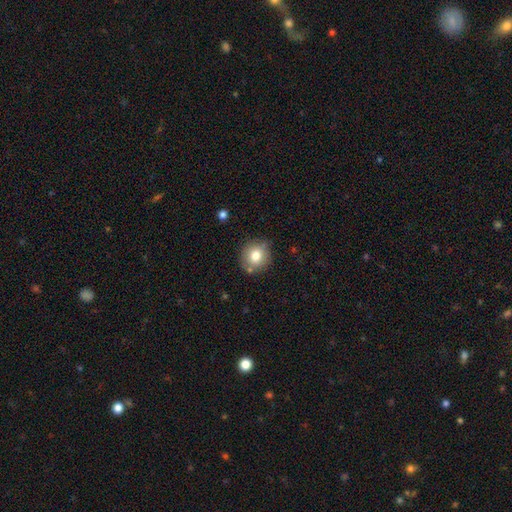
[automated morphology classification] smooth-or-featured: smooth: 78% | featured or disk: 12% | star or artifact: 10%
  how-rounded: round: 88% | in between: 11% | cigar-shaped: 1%
  merging: none: 80% | minor disturbance: 12% | merger: 5% | major disturbance: 3%